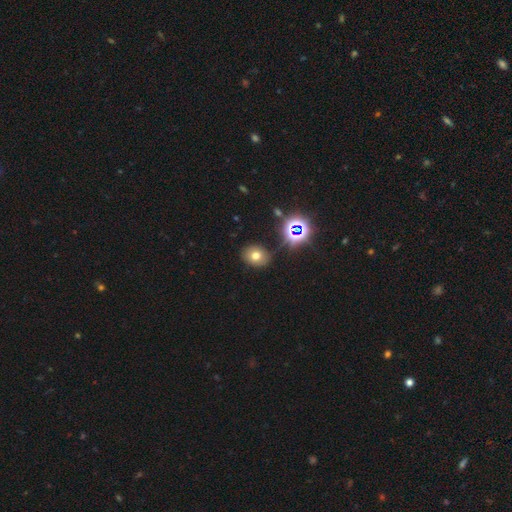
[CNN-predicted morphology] smooth-or-featured: smooth: 66% | star or artifact: 23% | featured or disk: 12%
  how-rounded: round: 54% | in between: 45% | cigar-shaped: 1%
  merging: none: 81% | minor disturbance: 12% | major disturbance: 4% | merger: 3%